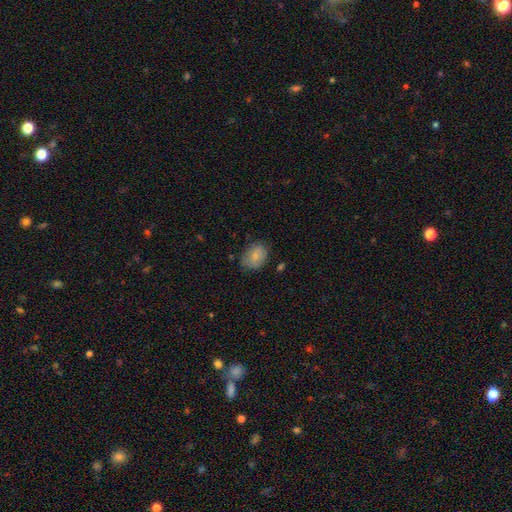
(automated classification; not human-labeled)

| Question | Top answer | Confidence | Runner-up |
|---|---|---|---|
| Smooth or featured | smooth | 81% | featured or disk (12%) |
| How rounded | in between | 69% | round (30%) |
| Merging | none | 70% | minor disturbance (23%) |